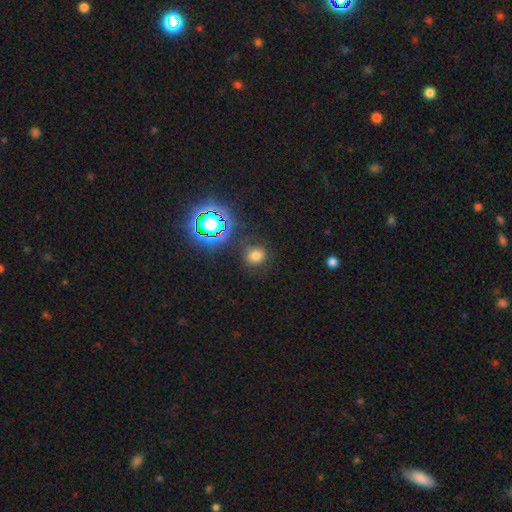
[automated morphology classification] A smooth galaxy with no disk features (69%) that is round (78%). Merging: none (81%).